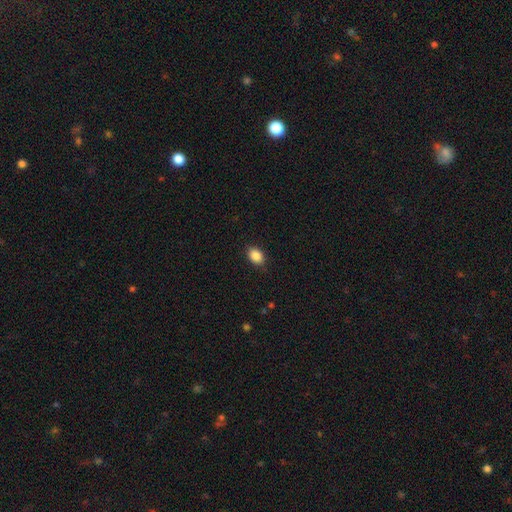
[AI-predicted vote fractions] Overall: smooth (88%). How rounded: in between (78%). Merging: none (86%).